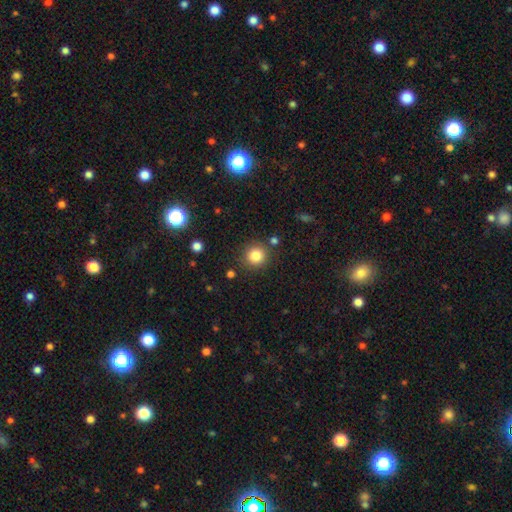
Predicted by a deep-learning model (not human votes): This is clearly a smooth galaxy (84%). How rounded: clearly round (91%). Merging: clearly none (85%).